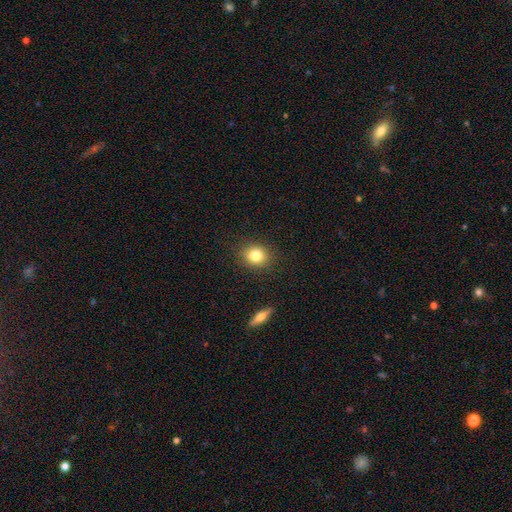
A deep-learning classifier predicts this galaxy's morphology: Smooth or featured?
  - smooth: 81% *
  - star or artifact: 10%
  - featured or disk: 9%
How rounded?
  - round: 72% *
  - in between: 27%
  - cigar-shaped: 1%
Merging?
  - none: 88% *
  - minor disturbance: 8%
  - major disturbance: 3%
  - merger: 2%